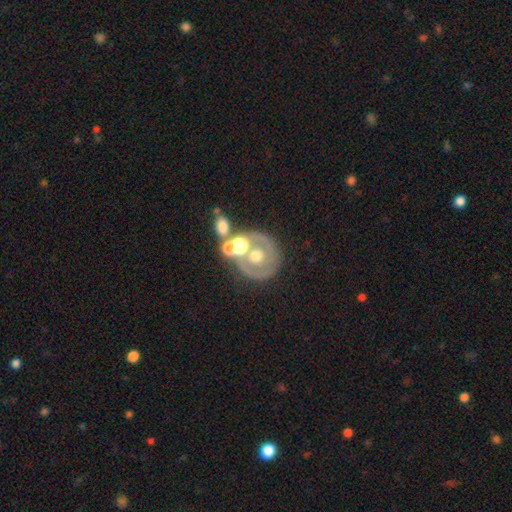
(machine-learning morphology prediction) This is possibly a featured or disk galaxy (57%). It is clearly not viewed edge-on (96%). Bar: clearly no (87%). Spiral arm pattern: clearly no (81%). Central bulge: possibly moderate (60%). Merging: possibly none (50%).